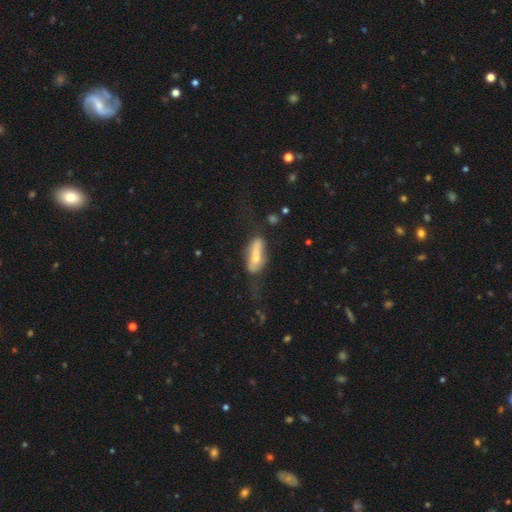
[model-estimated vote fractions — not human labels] Morphology: type=smooth (47%); merging=none (36%).